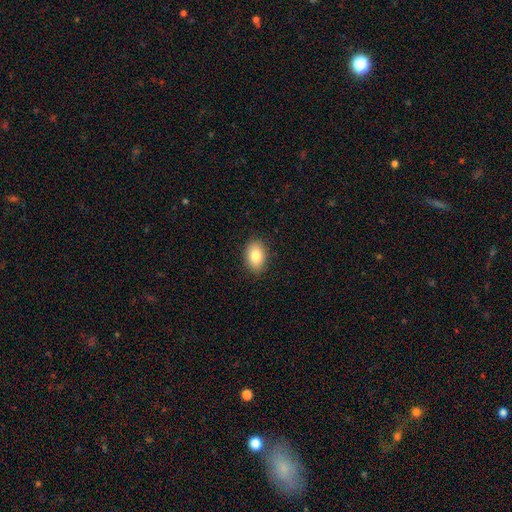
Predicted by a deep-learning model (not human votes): A smooth galaxy with no disk features (83%) that is in between round and cigar-shaped (85%). Merging: none (88%).